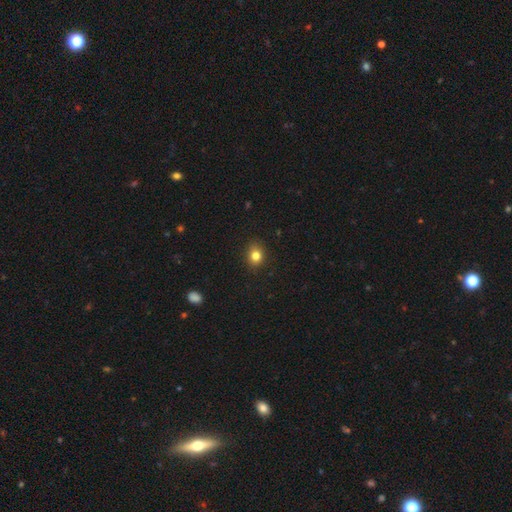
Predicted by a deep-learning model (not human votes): smooth 81%, star or artifact 12%, featured or disk 7%. Down the decision tree: how rounded — round (63%); merging — none (88%).